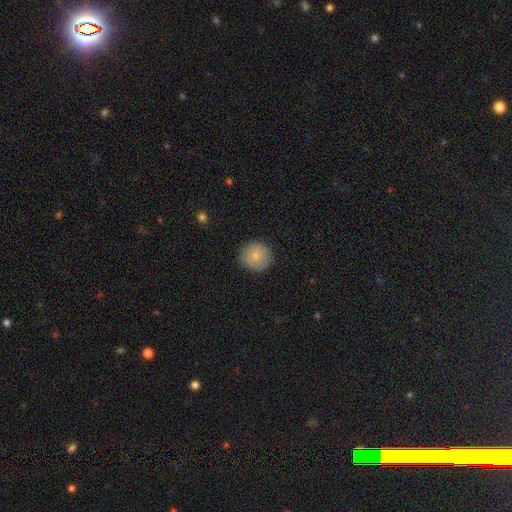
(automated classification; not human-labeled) Smooth or featured? smooth (78%)
How rounded? round (91%)
Merging? none (86%)